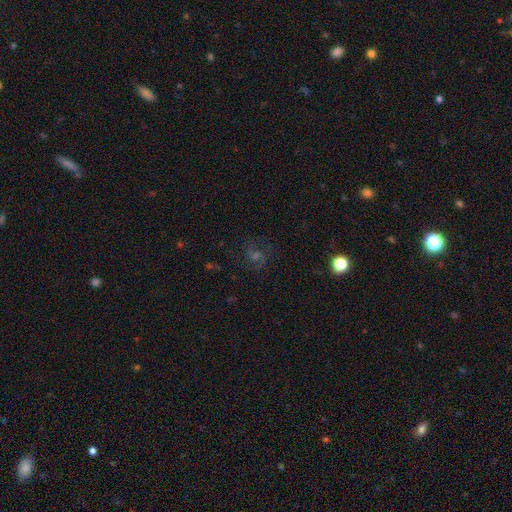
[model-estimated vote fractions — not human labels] A featured or disk galaxy (52%) with no bar (54%), spiral arms (89%) and a moderate central bulge (41%).

Vote fractions:
- Smooth or featured? featured or disk: 52% / star or artifact: 27% / smooth: 20%
- Edge-on disk? no: 97% / yes: 3%
- Bar? no: 54% / weak: 38% / strong: 8%
- Spiral arms? yes: 89% / no: 11%
- Bulge size? moderate: 41% / small: 39% / none: 10% / large: 8% / dominant: 2%
- Merging? none: 77% / minor disturbance: 13% / major disturbance: 8% / merger: 2%